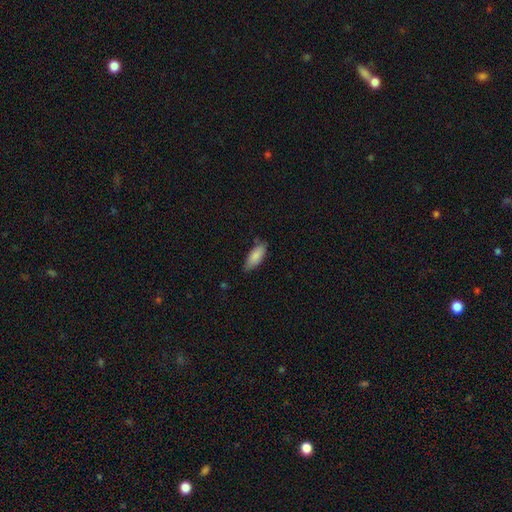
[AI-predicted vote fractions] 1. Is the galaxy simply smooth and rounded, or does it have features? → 86% smooth, 8% featured or disk, 6% star or artifact.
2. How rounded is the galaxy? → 79% in between, 20% cigar-shaped, 2% round.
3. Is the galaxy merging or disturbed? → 76% none, 20% minor disturbance, 3% major disturbance, 2% merger.